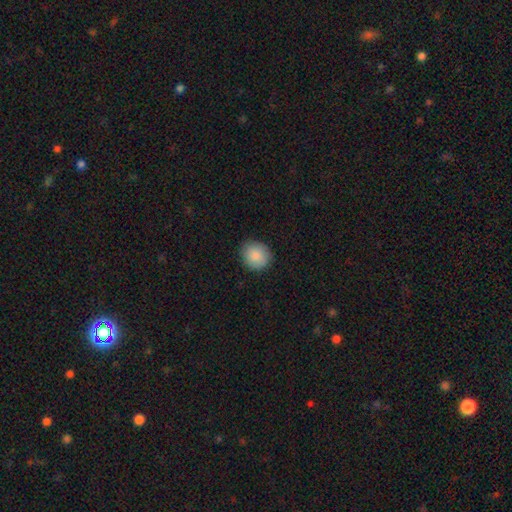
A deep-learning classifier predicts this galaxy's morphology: Overall: smooth (88%). How rounded: round (76%). Merging: none (87%).